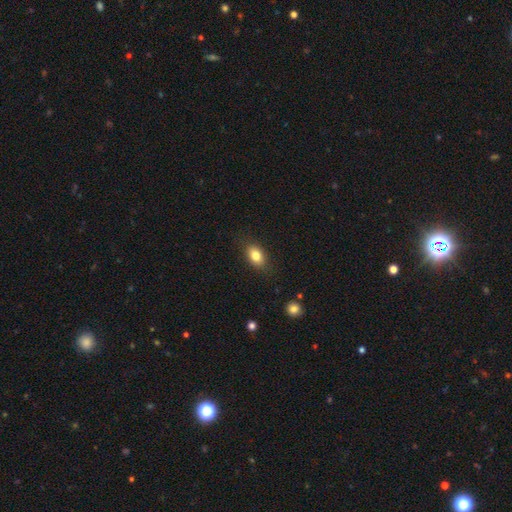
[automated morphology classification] A smooth galaxy with no disk features (82%) that is in between round and cigar-shaped (84%).

Vote fractions:
- Smooth or featured? smooth: 82% / featured or disk: 9% / star or artifact: 8%
- How rounded? in between: 84% / round: 14% / cigar-shaped: 3%
- Merging? none: 85% / minor disturbance: 11% / major disturbance: 3% / merger: 1%